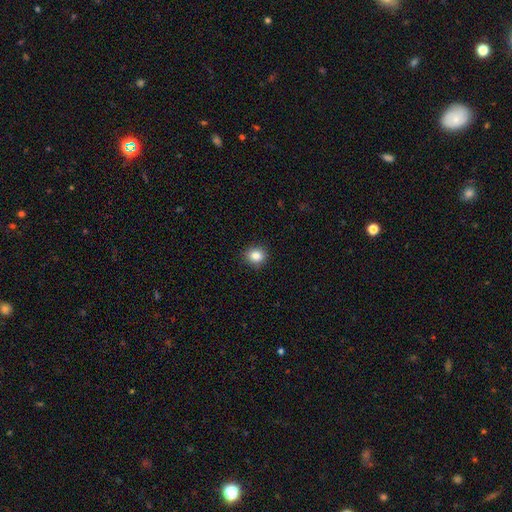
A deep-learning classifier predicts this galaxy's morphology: A smooth galaxy with no disk features (85%) that is round (80%). Merging: none (90%).